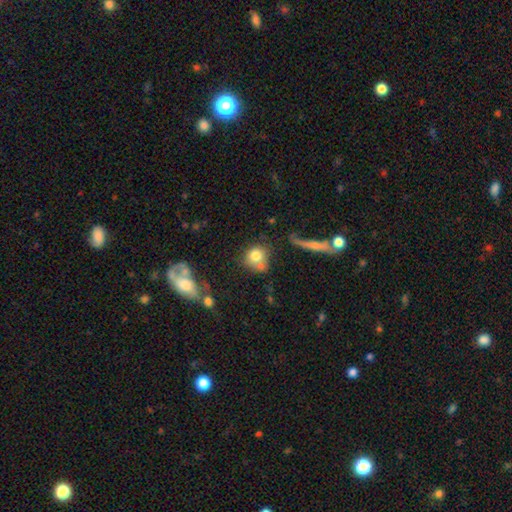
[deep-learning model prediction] This is likely a smooth galaxy (76%). How rounded: likely round (75%). Merging: possibly none (48%).